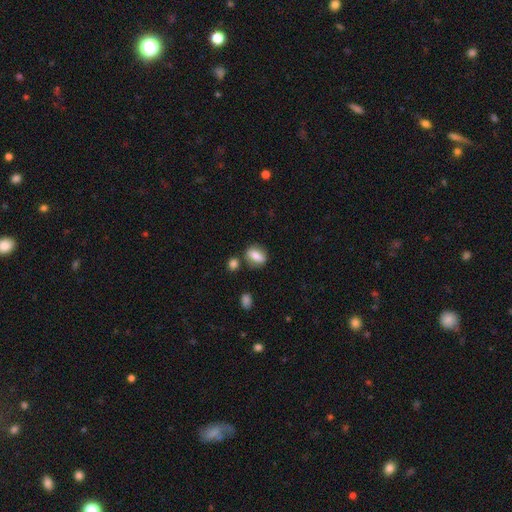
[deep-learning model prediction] Morphology: type=smooth (72%); roundness=in between (67%); merging=none (73%).